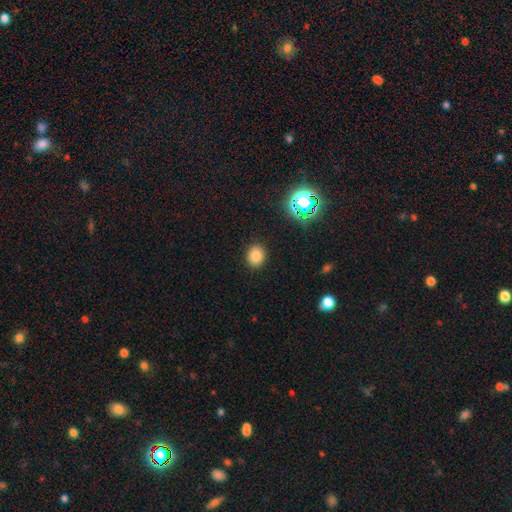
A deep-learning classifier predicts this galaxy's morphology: Q: Smooth or featured?
A: smooth (83%); runner-up: star or artifact (13%)
Q: How rounded?
A: round (64%); runner-up: in between (35%)
Q: Merging?
A: none (90%); runner-up: minor disturbance (7%)